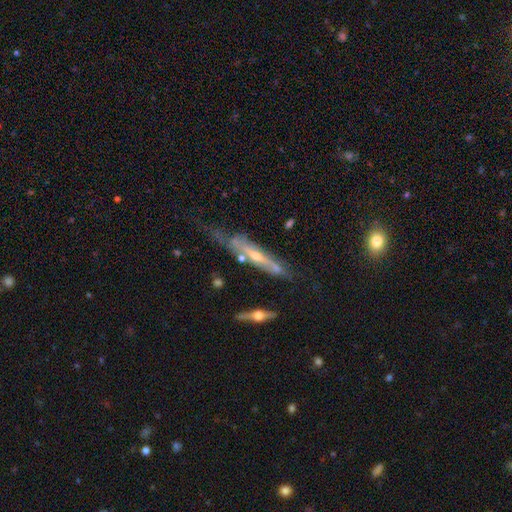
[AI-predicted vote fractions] Smooth or featured? featured or disk (76%)
Edge-on disk? yes (71%)
Edge-on bulge? rounded (74%)
Merging? none (42%)